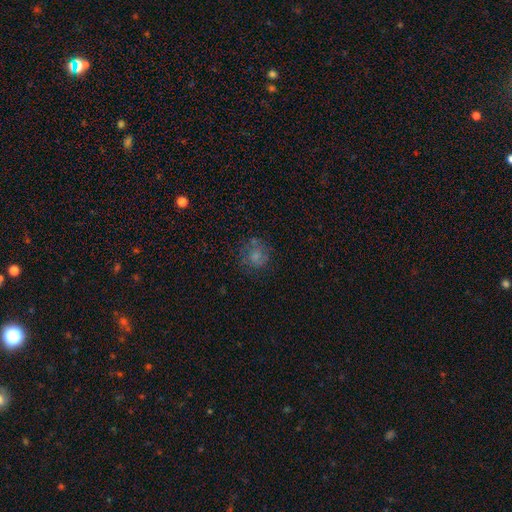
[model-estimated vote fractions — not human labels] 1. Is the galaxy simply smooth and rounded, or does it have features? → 65% smooth, 20% featured or disk, 15% star or artifact.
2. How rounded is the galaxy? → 81% round, 18% in between, 1% cigar-shaped.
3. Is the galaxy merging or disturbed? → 66% none, 20% minor disturbance, 11% major disturbance, 4% merger.